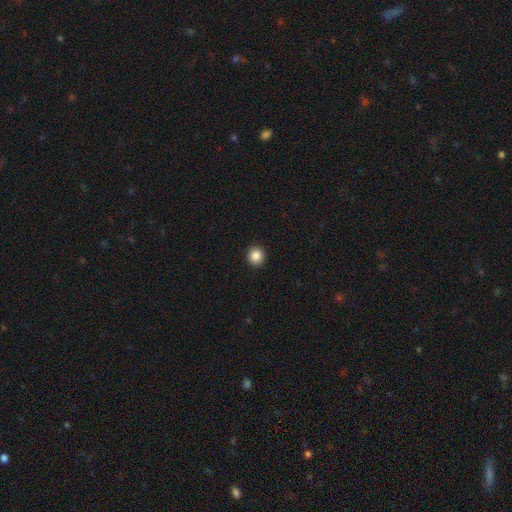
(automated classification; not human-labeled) Smooth or featured?
  - smooth: 86% *
  - star or artifact: 10%
  - featured or disk: 4%
How rounded?
  - round: 92% *
  - in between: 8%
  - cigar-shaped: 1%
Merging?
  - none: 93% *
  - minor disturbance: 4%
  - major disturbance: 1%
  - merger: 1%